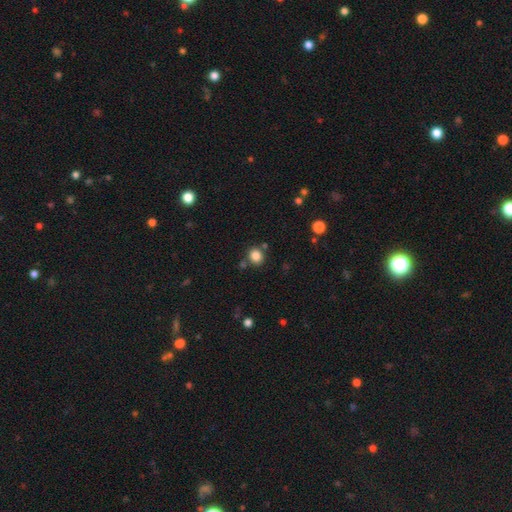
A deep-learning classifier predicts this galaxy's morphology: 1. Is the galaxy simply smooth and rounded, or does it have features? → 84% smooth, 11% star or artifact, 4% featured or disk.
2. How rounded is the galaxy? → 79% round, 20% in between, 1% cigar-shaped.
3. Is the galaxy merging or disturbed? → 80% none, 9% minor disturbance, 8% merger, 3% major disturbance.